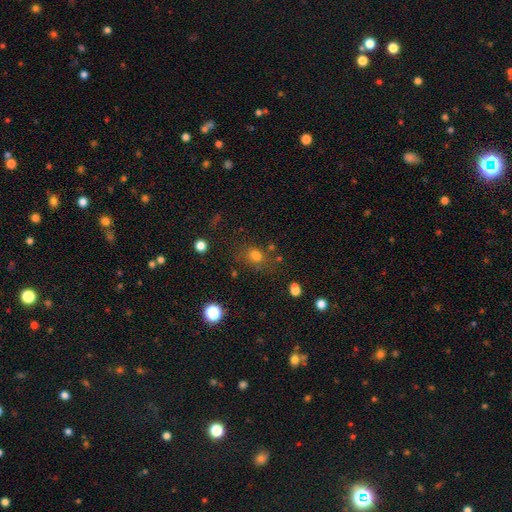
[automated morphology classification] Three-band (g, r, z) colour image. It shows a smooth galaxy with no disk features (75%) that is round (52%). Merging: none (65%).